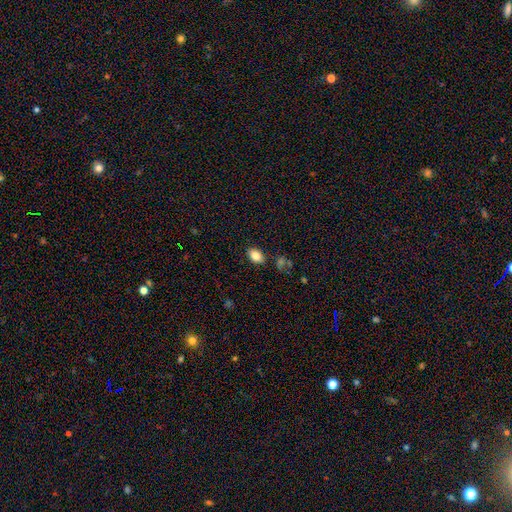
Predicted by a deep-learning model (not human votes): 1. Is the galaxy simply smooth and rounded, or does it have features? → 84% smooth, 9% star or artifact, 7% featured or disk.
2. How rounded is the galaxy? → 87% in between, 11% round, 2% cigar-shaped.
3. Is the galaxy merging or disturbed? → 83% none, 11% minor disturbance, 3% major disturbance, 3% merger.